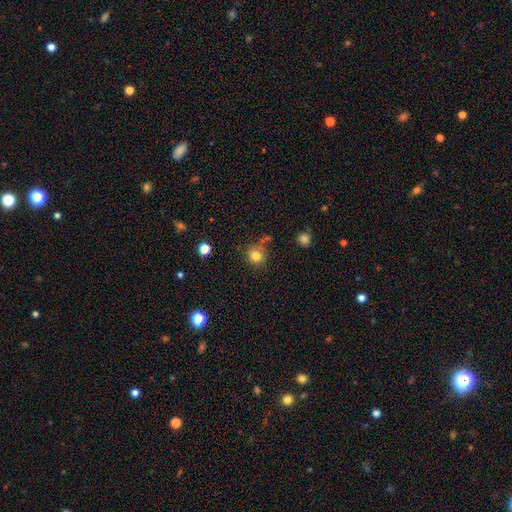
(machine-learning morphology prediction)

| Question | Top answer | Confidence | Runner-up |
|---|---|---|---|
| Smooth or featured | smooth | 81% | star or artifact (13%) |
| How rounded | round | 91% | in between (8%) |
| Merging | none | 76% | minor disturbance (12%) |